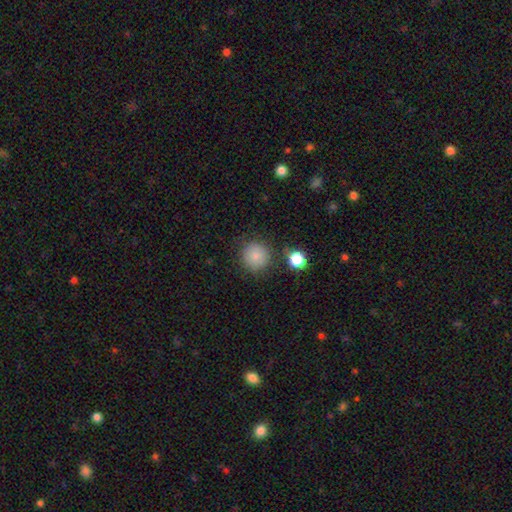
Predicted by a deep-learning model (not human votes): Smooth or featured?
  - smooth: 83% *
  - star or artifact: 11%
  - featured or disk: 6%
How rounded?
  - round: 94% *
  - in between: 5%
  - cigar-shaped: 1%
Merging?
  - none: 82% *
  - minor disturbance: 10%
  - merger: 4%
  - major disturbance: 4%